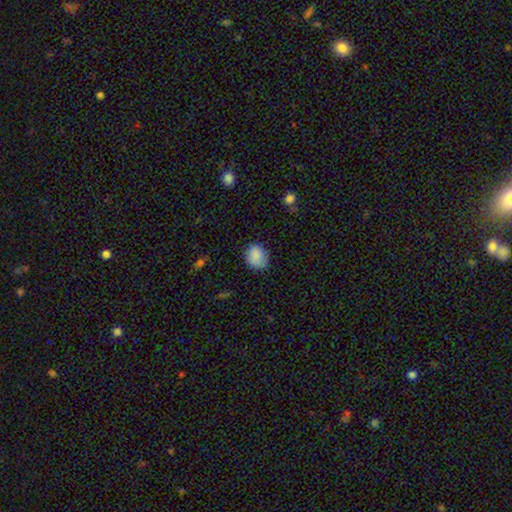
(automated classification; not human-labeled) The model was most divided on "how rounded": in between: 52%, round: 47%, cigar-shaped: 1%. More confident: smooth or featured — smooth (87%); merging — none (72%).